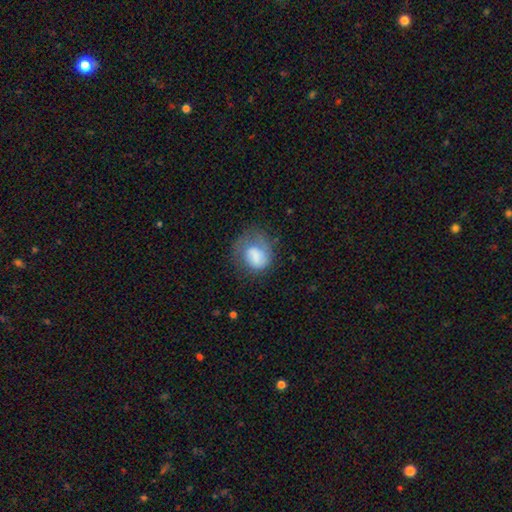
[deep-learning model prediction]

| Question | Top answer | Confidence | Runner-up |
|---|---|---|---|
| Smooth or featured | smooth | 66% | featured or disk (26%) |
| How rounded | round | 55% | in between (44%) |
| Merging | none | 36% | major disturbance (34%) |